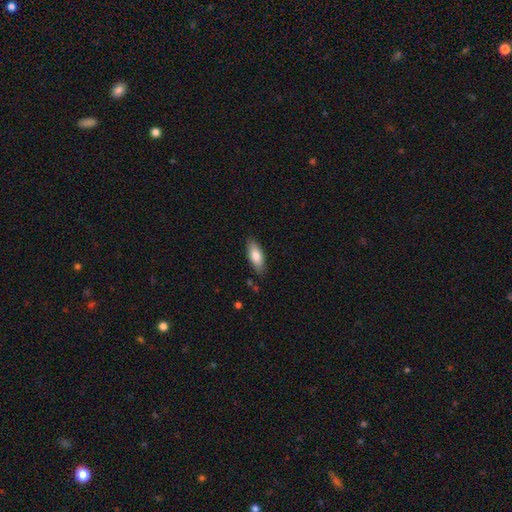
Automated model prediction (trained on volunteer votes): Morphology: type=smooth (79%); roundness=in between (74%); merging=none (84%).